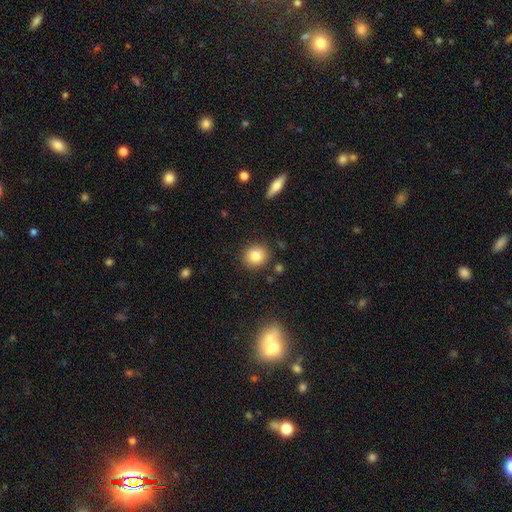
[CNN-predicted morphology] Smooth or featured? Predicted: smooth (p=0.84). How rounded? Predicted: round (p=0.84). Merging? Predicted: none (p=0.87).